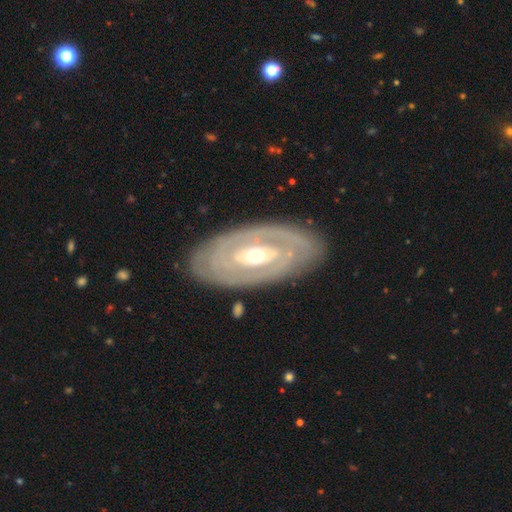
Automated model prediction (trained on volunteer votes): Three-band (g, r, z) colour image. It shows a featured or disk galaxy (80%) with no bar (52%), spiral arms (57%) and a moderate central bulge (70%). Merging: none (83%).